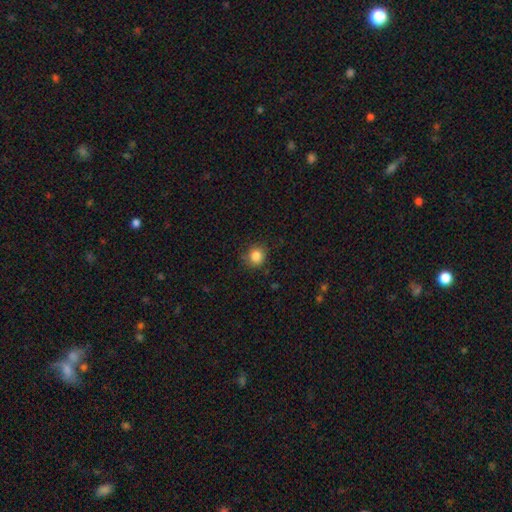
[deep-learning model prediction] This is clearly a smooth galaxy (84%). How rounded: clearly round (88%). Merging: clearly none (83%).